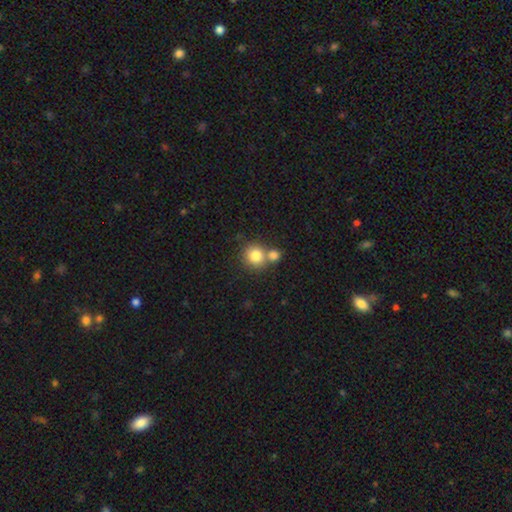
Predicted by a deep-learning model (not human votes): smooth 81%, star or artifact 10%, featured or disk 9%. Down the decision tree: how rounded — round (89%); merging — none (52%).